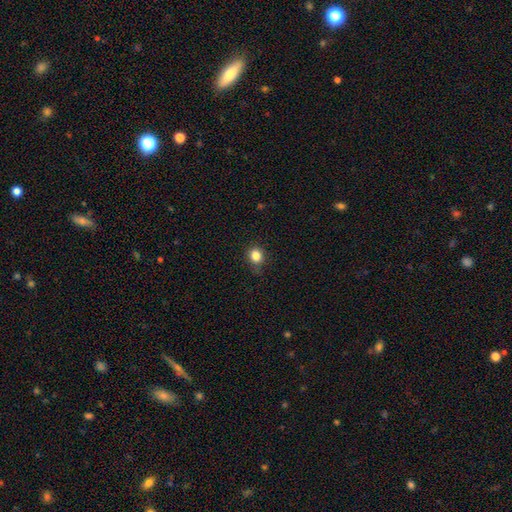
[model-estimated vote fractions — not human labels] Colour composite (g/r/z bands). It shows a smooth galaxy with no disk features (84%) that is round (73%). Merging: none (78%).